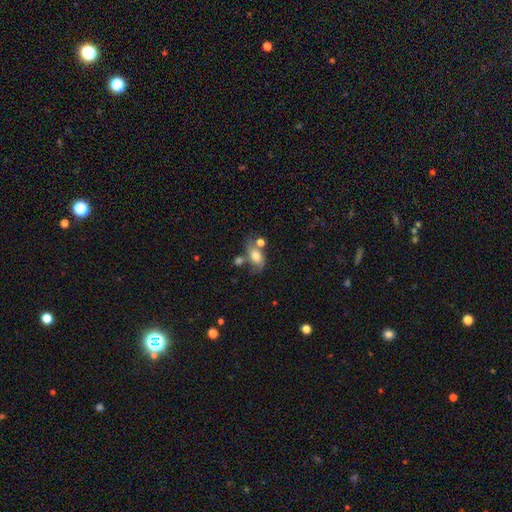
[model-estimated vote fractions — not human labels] Smooth or featured: smooth — 63% (featured or disk — 28%)
How rounded: in between — 85% (round — 11%)
Merging: none — 41% (merger — 26%)